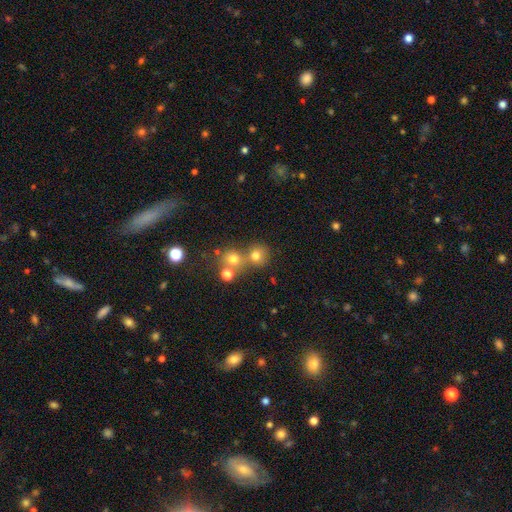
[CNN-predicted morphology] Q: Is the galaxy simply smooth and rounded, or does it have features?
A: smooth — 71%.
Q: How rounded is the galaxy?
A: round — 85%.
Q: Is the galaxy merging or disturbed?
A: none — 55%.